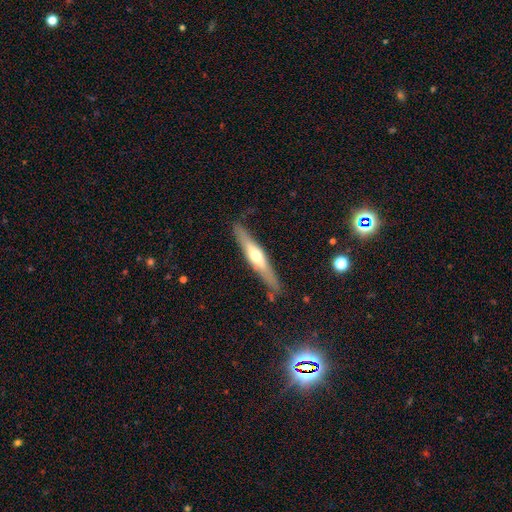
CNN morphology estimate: This is possibly a featured or disk galaxy (57%). It is clearly viewed edge-on (90%). Edge-on bulge: clearly rounded (85%). Merging: clearly none (83%).